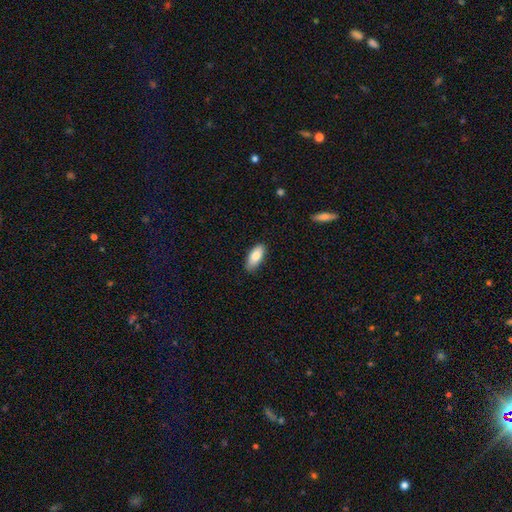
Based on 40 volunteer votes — Smooth or featured? 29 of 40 (72%) said smooth. How rounded? 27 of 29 (93%) said in between. Merging? 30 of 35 (86%) said none.